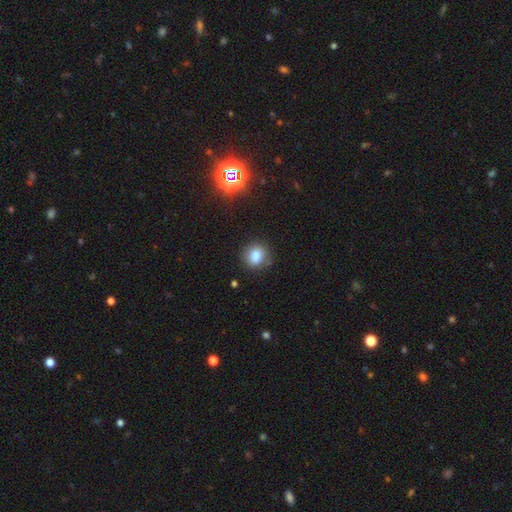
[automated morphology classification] This appears to be a smooth galaxy with no disk features (82%) that is round (74%). Merging: none (78%).